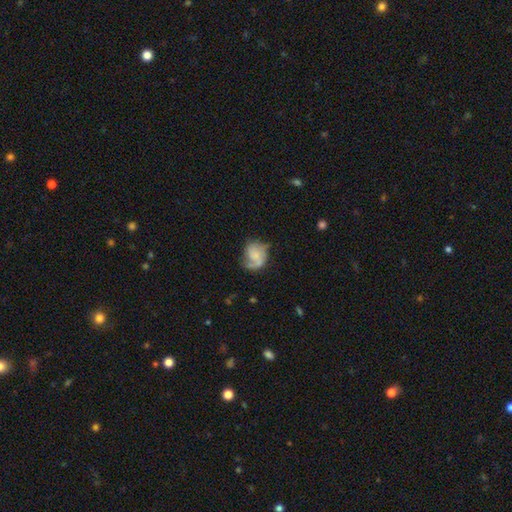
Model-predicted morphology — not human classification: Smooth or featured? featured or disk (47%)
Merging? none (41%)